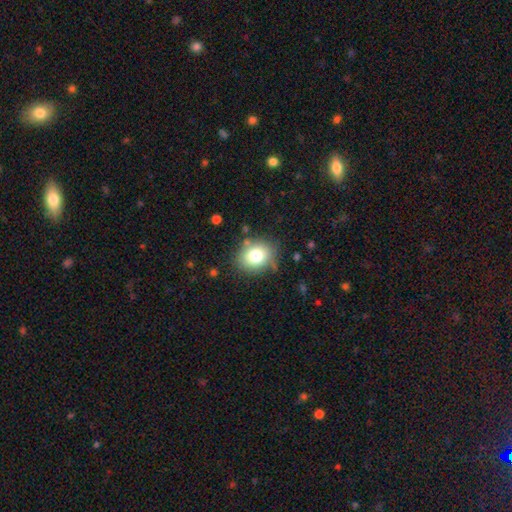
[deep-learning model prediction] Smooth or featured?
  - smooth: 77% *
  - featured or disk: 12%
  - star or artifact: 11%
How rounded?
  - round: 62% *
  - in between: 37%
  - cigar-shaped: 1%
Merging?
  - none: 80% *
  - minor disturbance: 13%
  - major disturbance: 4%
  - merger: 3%